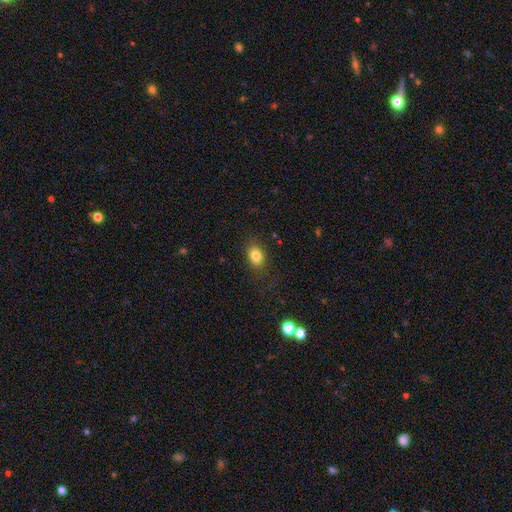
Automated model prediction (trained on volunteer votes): A smooth galaxy with no disk features (83%) that is in between round and cigar-shaped (75%).

Vote fractions:
- Smooth or featured? smooth: 83% / star or artifact: 10% / featured or disk: 8%
- How rounded? in between: 75% / round: 24% / cigar-shaped: 2%
- Merging? none: 80% / minor disturbance: 13% / major disturbance: 5% / merger: 1%